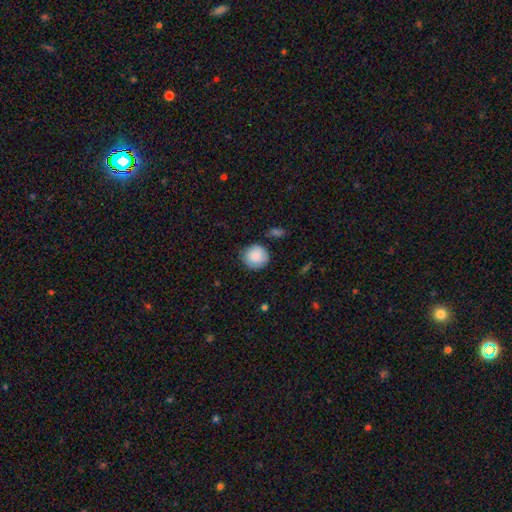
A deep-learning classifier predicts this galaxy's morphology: The model was most divided on "merging": none: 80%, minor disturbance: 14%, merger: 3%, major disturbance: 3%. More confident: how rounded — round (92%); smooth or featured — smooth (88%).